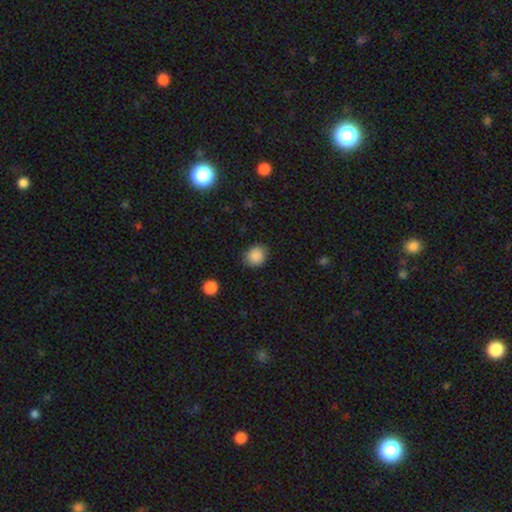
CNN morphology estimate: smooth-or-featured: smooth: 88% | star or artifact: 9% | featured or disk: 3%
  how-rounded: round: 72% | in between: 27% | cigar-shaped: 1%
  merging: none: 85% | minor disturbance: 11% | major disturbance: 3% | merger: 1%